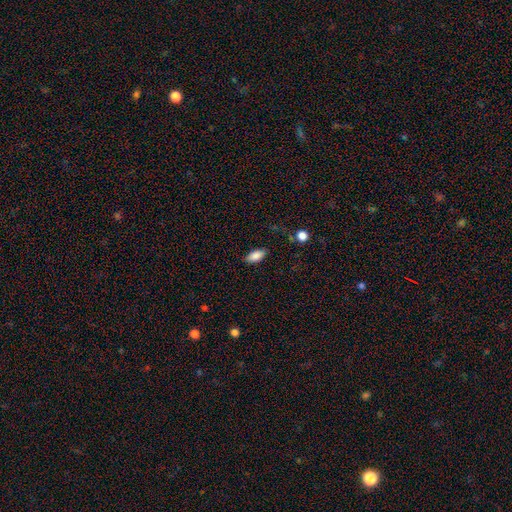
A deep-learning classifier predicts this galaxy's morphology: The model was most divided on "merging": none: 83%, minor disturbance: 12%, major disturbance: 3%, merger: 1%. More confident: how rounded — in between (89%); smooth or featured — smooth (85%).